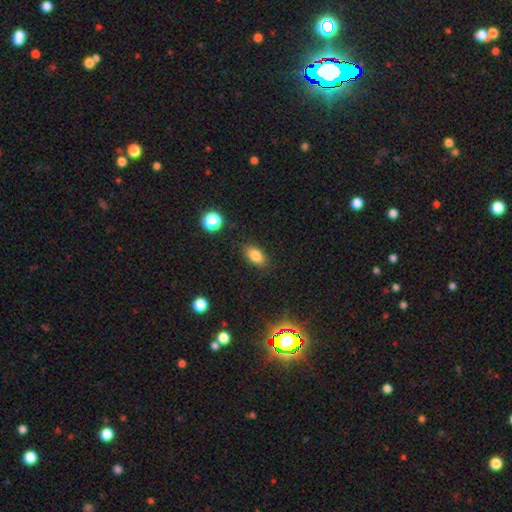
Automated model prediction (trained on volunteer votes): This is clearly a smooth galaxy (82%). How rounded: clearly in between (87%). Merging: clearly none (86%).